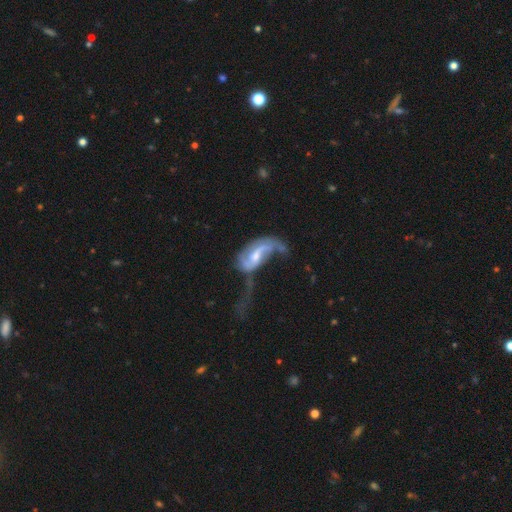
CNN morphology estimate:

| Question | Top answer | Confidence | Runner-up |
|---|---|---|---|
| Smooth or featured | featured or disk | 79% | smooth (15%) |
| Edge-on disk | no | 96% | yes (4%) |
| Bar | weak | 48% | no (33%) |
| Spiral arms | yes | 88% | no (12%) |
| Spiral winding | loose | 62% | medium (28%) |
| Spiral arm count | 2 | 69% | 1 (18%) |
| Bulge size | moderate | 48% | small (37%) |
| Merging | major disturbance | 52% | none (19%) |